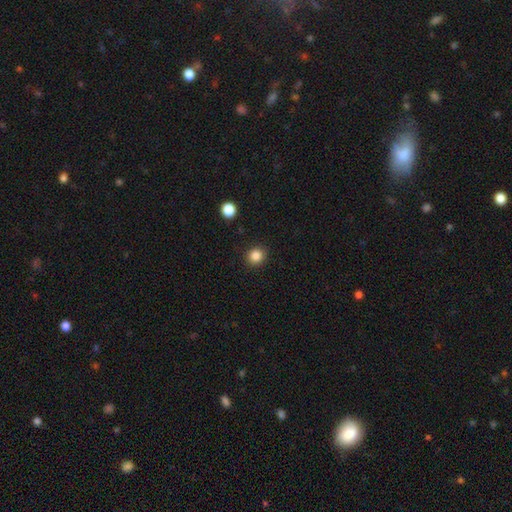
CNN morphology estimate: Smooth or featured? Predicted: smooth (p=0.85). How rounded? Predicted: round (p=0.86). Merging? Predicted: none (p=0.91).